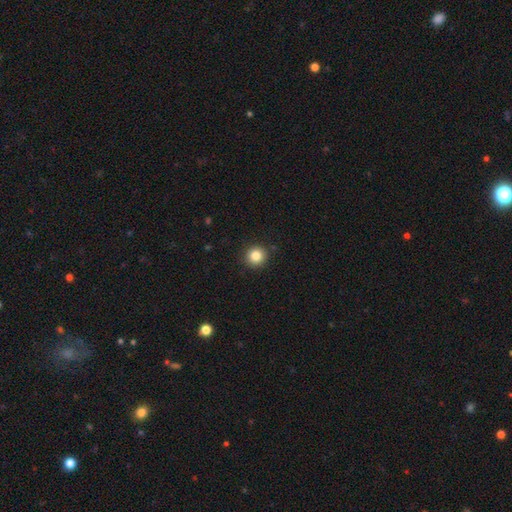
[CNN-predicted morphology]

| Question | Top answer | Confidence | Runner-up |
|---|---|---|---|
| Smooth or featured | smooth | 83% | star or artifact (11%) |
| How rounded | round | 94% | in between (5%) |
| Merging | none | 91% | minor disturbance (6%) |